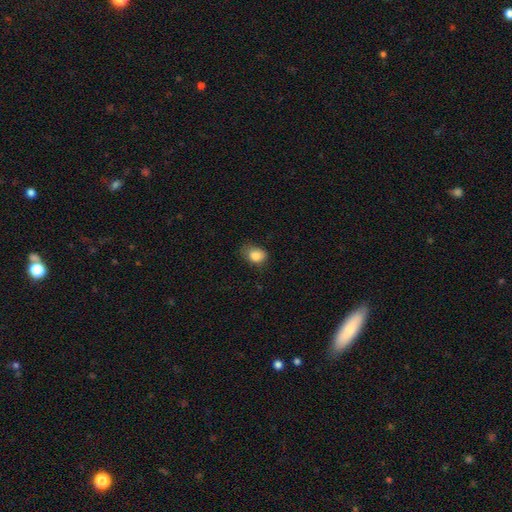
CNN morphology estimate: The model was most divided on "how rounded": in between: 60%, round: 39%, cigar-shaped: 1%. More confident: smooth or featured — smooth (85%); merging — none (57%).